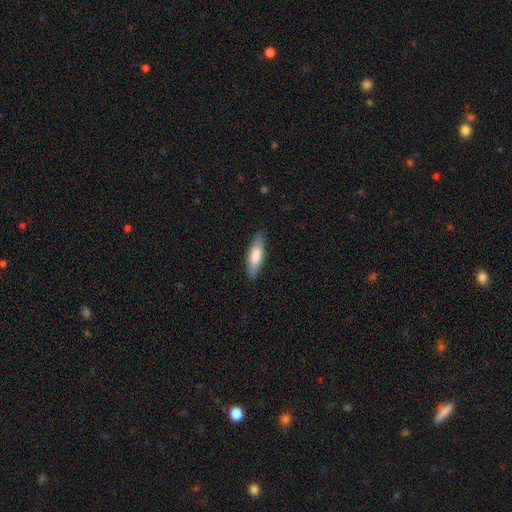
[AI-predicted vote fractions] Overall: smooth (77%). How rounded: cigar-shaped (51%; in between 47%). Merging: none (85%).